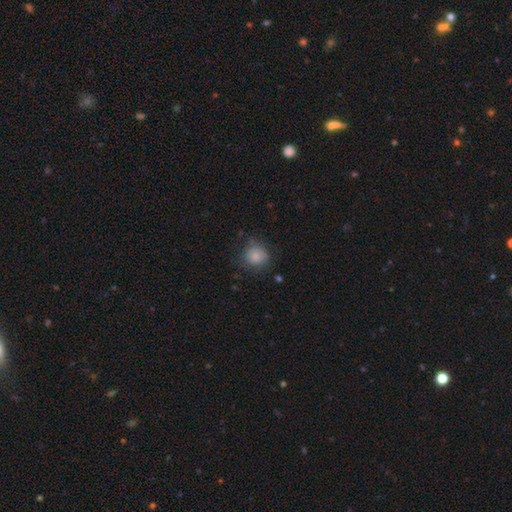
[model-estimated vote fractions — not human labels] The model was most divided on "merging": none: 68%, minor disturbance: 22%, major disturbance: 8%, merger: 2%. More confident: how rounded — round (86%); smooth or featured — smooth (82%).